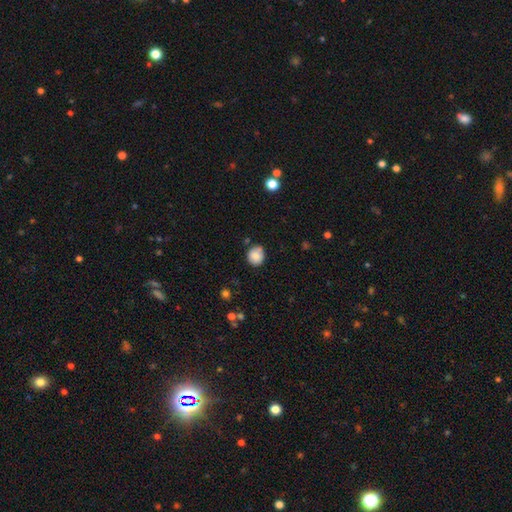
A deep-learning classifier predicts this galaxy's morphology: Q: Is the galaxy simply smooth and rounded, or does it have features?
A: smooth — 81%.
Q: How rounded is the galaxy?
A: round — 84%.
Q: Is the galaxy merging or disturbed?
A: none — 78%.